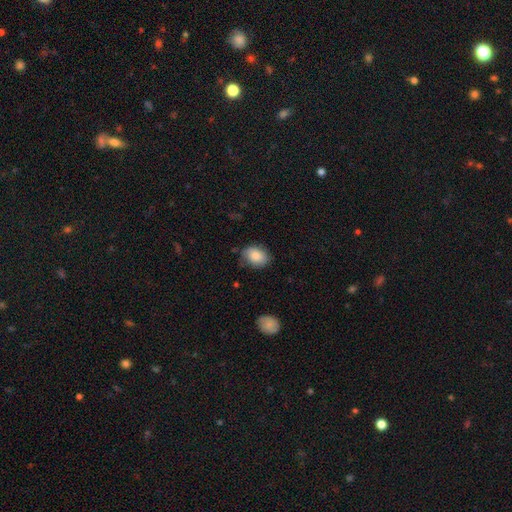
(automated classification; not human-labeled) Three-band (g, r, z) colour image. It shows a smooth galaxy with no disk features (85%) that is in between round and cigar-shaped (70%). Merging: none (73%).